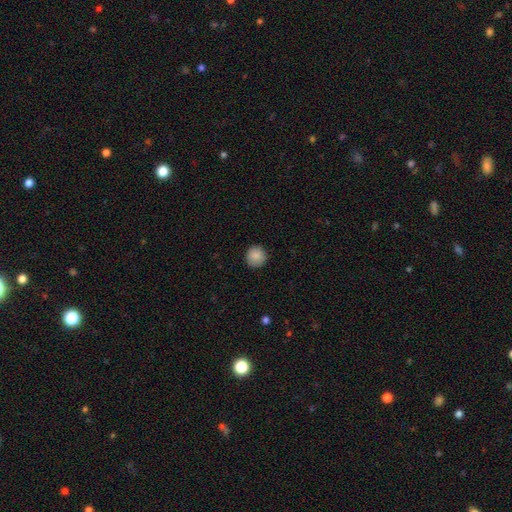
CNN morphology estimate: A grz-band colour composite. It shows a smooth galaxy with no disk features (87%) that is round (93%). Merging: none (90%).